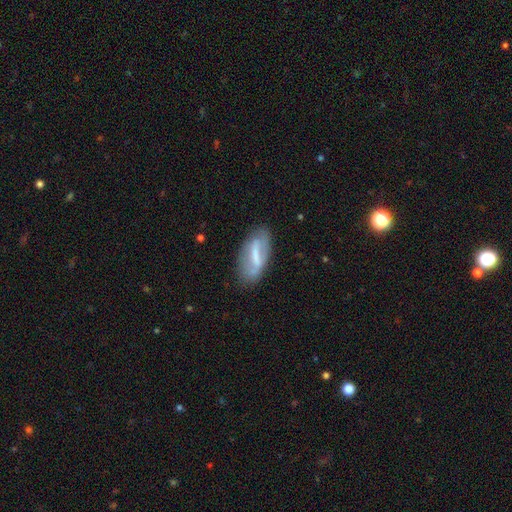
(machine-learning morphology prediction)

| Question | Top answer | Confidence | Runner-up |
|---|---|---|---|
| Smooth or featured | featured or disk | 57% | smooth (36%) |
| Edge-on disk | no | 86% | yes (14%) |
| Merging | none | 75% | minor disturbance (17%) |